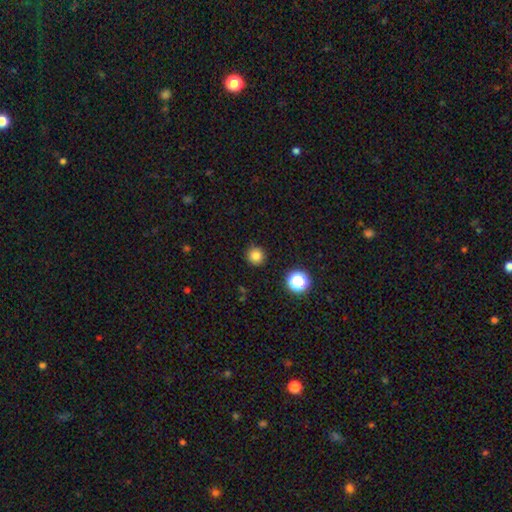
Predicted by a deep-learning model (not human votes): A smooth galaxy with no disk features (82%) that is round (95%).

Vote fractions:
- Smooth or featured? smooth: 82% / star or artifact: 13% / featured or disk: 4%
- How rounded? round: 95% / in between: 4% / cigar-shaped: 1%
- Merging? none: 91% / minor disturbance: 6% / major disturbance: 2% / merger: 1%